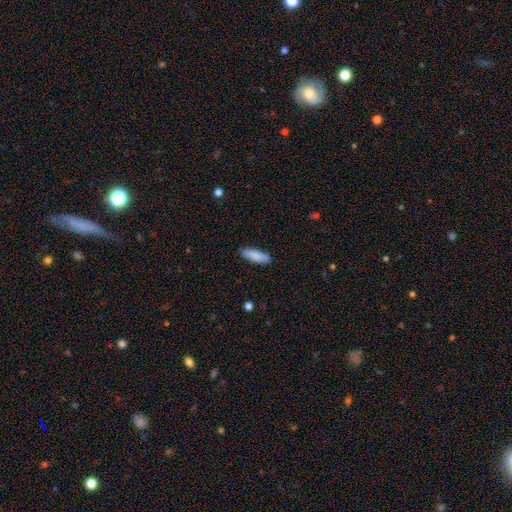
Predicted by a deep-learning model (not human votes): Smooth or featured? Predicted: smooth (p=0.86). How rounded? Predicted: in between (p=0.50). Merging? Predicted: none (p=0.87).